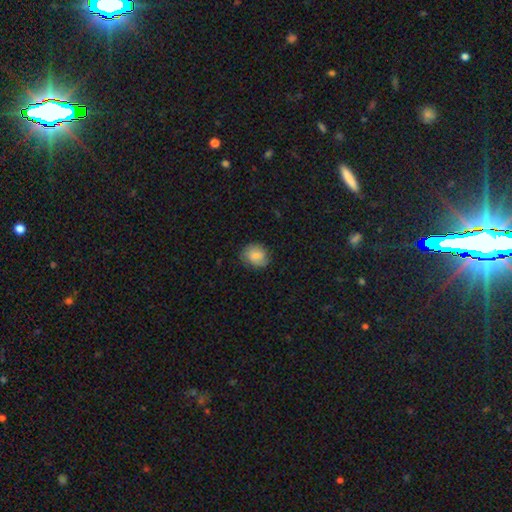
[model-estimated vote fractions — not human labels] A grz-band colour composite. It shows a smooth galaxy with no disk features (71%) that is round (61%). Merging: none (75%).